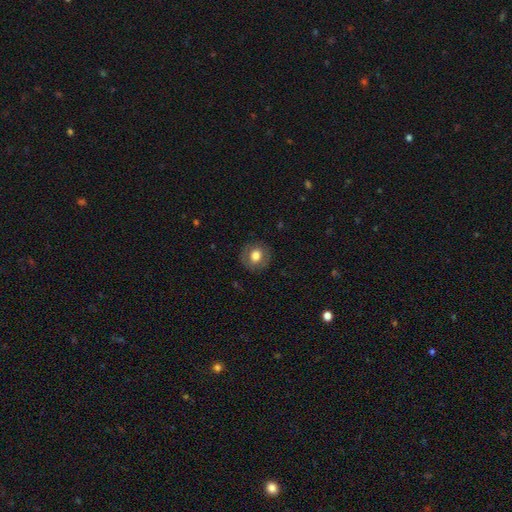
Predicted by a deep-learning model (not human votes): smooth_or_featured: smooth (p=0.69) [alt: featured or disk p=0.23]
how_rounded: round (p=0.85) [alt: in between p=0.14]
merging: none (p=0.87) [alt: minor disturbance p=0.09]